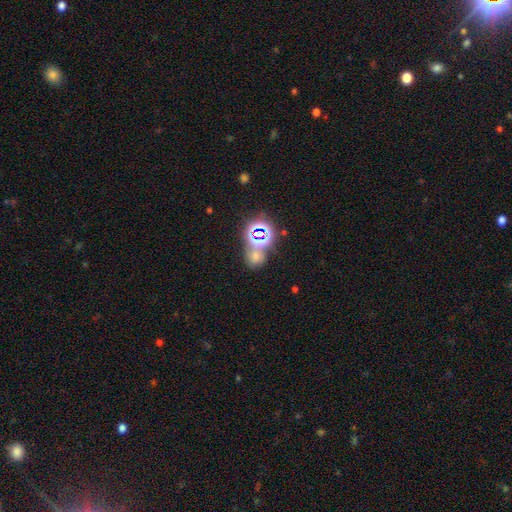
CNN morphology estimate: The model was most divided on "smooth or featured": star or artifact: 55%, smooth: 36%, featured or disk: 10%.